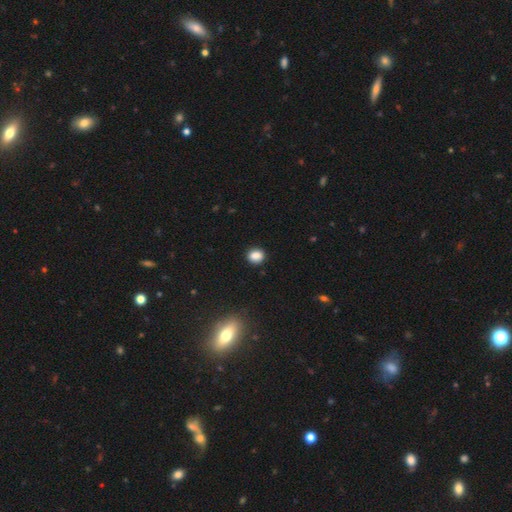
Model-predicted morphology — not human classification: A smooth galaxy with no disk features (86%) that is round (69%). Merging: none (88%).